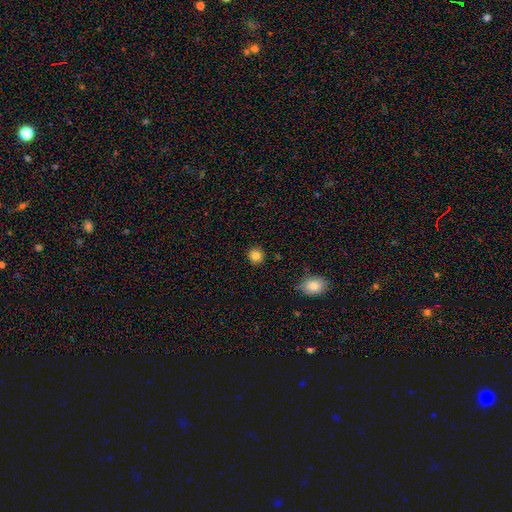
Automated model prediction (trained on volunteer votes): A smooth galaxy with no disk features (84%) that is round (90%). Merging: none (90%).